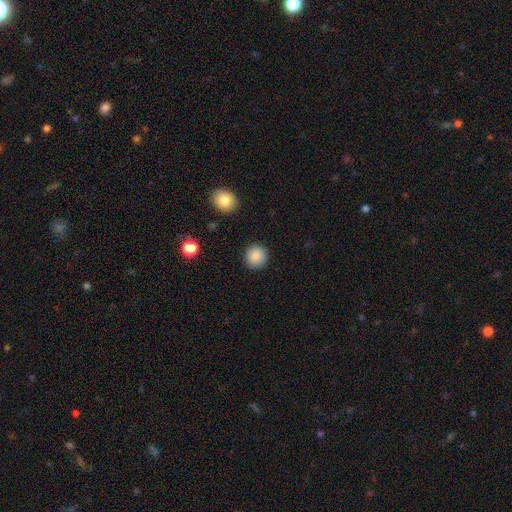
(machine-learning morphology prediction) This appears to be a smooth galaxy with no disk features (85%) that is round (94%). Merging: none (91%).